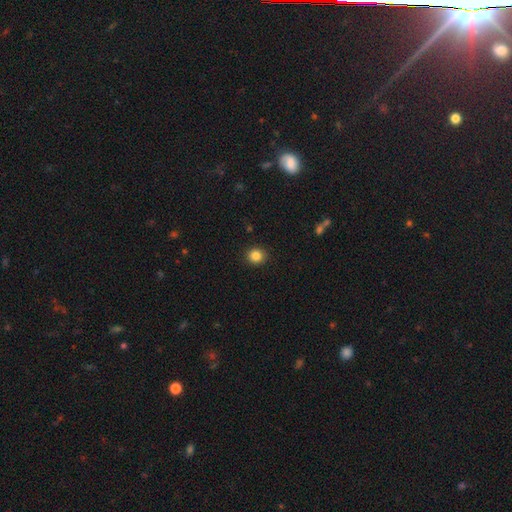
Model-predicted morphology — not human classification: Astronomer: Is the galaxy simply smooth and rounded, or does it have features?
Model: smooth — 84%.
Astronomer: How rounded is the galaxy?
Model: round — 87%.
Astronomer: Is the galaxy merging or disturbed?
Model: none — 92%.